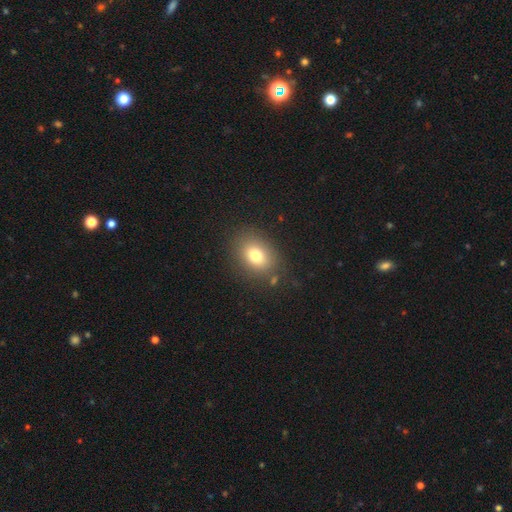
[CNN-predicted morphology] Smooth or featured?
  - smooth: 77% *
  - star or artifact: 12%
  - featured or disk: 11%
How rounded?
  - in between: 66% *
  - round: 33%
  - cigar-shaped: 1%
Merging?
  - none: 82% *
  - minor disturbance: 11%
  - major disturbance: 4%
  - merger: 3%